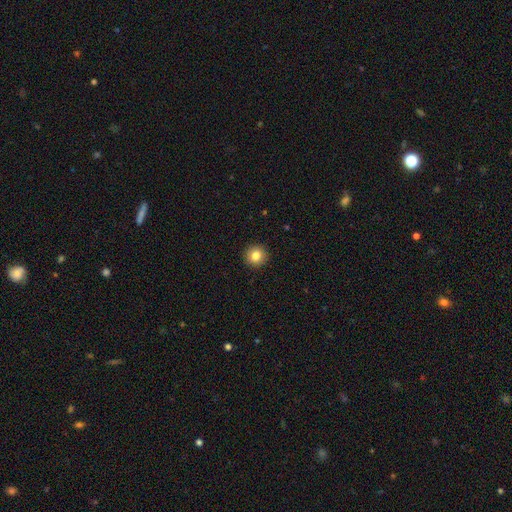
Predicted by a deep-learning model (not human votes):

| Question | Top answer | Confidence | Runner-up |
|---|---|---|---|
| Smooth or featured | smooth | 83% | star or artifact (10%) |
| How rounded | round | 93% | in between (6%) |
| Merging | none | 93% | minor disturbance (5%) |